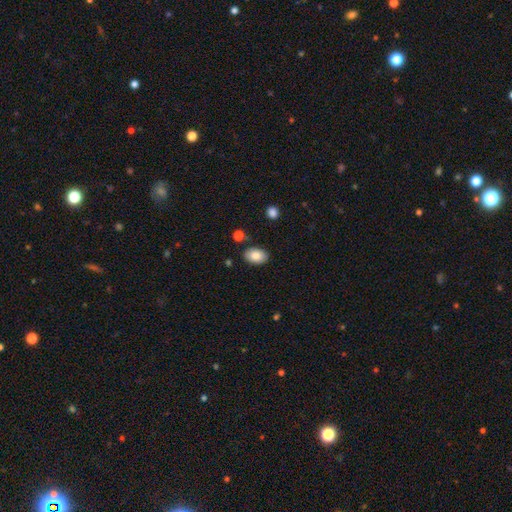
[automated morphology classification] This is clearly a smooth galaxy (85%). How rounded: clearly in between (87%). Merging: clearly none (85%).